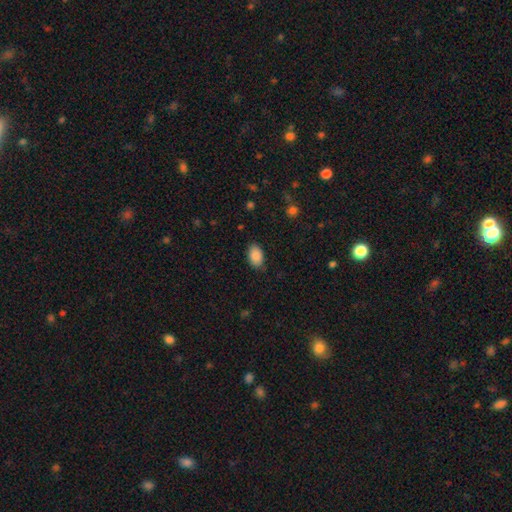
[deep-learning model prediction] smooth_or_featured: smooth (p=0.89) [alt: star or artifact p=0.07]
how_rounded: in between (p=0.90) [alt: round p=0.09]
merging: none (p=0.83) [alt: minor disturbance p=0.13]